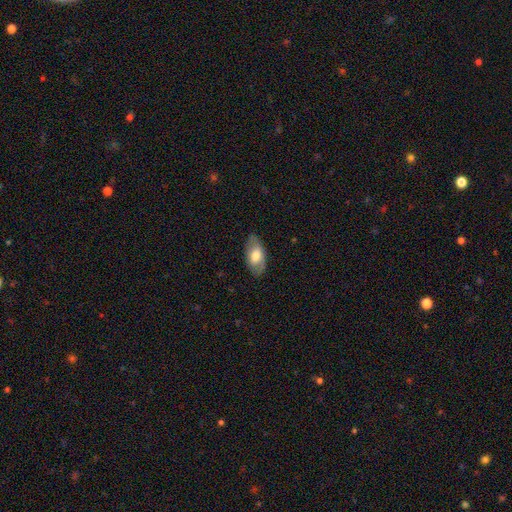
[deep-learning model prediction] Smooth or featured?
  - smooth: 62% *
  - featured or disk: 32%
  - star or artifact: 6%
How rounded?
  - in between: 92% *
  - cigar-shaped: 4%
  - round: 3%
Merging?
  - none: 80% *
  - minor disturbance: 15%
  - major disturbance: 4%
  - merger: 1%